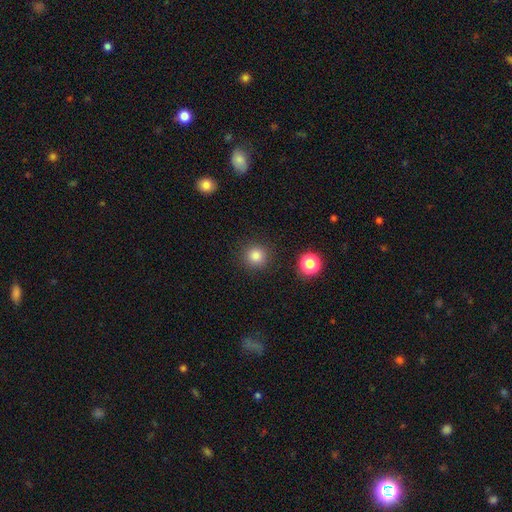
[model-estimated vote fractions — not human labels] smooth_or_featured: smooth (p=0.83) [alt: star or artifact p=0.13]
how_rounded: round (p=0.94) [alt: in between p=0.05]
merging: none (p=0.89) [alt: minor disturbance p=0.06]